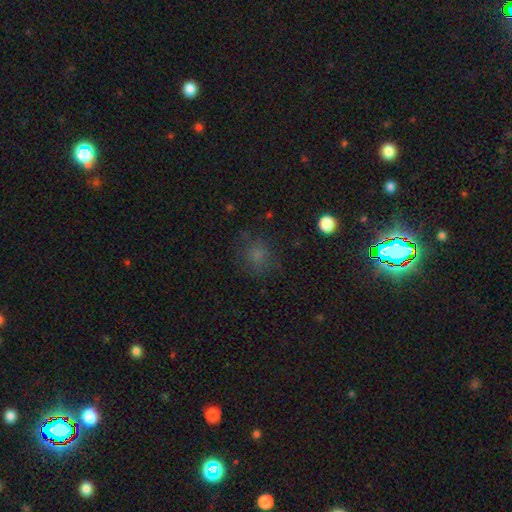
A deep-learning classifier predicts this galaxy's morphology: This is likely a smooth galaxy (60%). How rounded: clearly round (81%). Merging: likely none (76%).